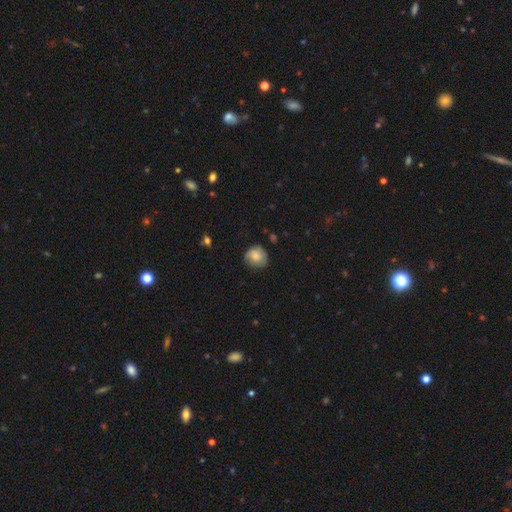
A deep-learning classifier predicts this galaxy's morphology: Smooth or featured: smooth — 72% (featured or disk — 20%)
How rounded: round — 78% (in between — 21%)
Merging: none — 69% (minor disturbance — 24%)